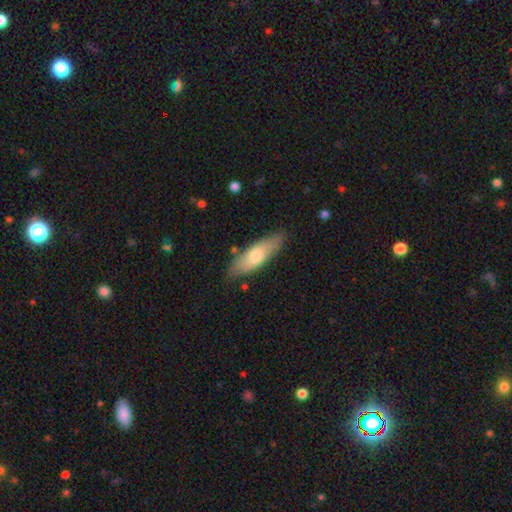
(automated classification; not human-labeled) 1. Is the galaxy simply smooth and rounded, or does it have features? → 66% smooth, 28% featured or disk, 5% star or artifact.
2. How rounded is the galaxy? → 53% in between, 45% cigar-shaped, 2% round.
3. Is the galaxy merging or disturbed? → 81% none, 14% minor disturbance, 3% major disturbance, 2% merger.